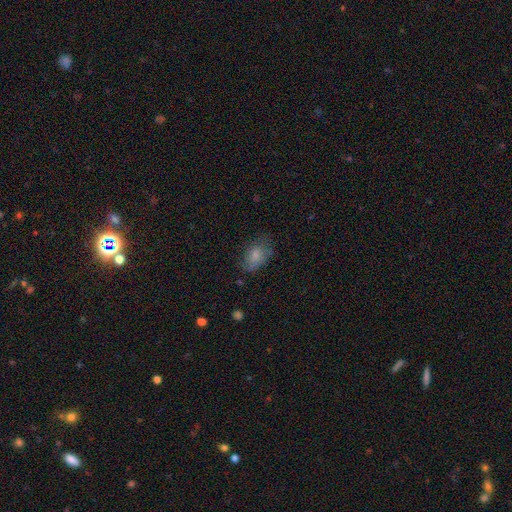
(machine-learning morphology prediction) Smooth or featured?
  - smooth: 77% *
  - featured or disk: 15%
  - star or artifact: 9%
How rounded?
  - in between: 89% *
  - round: 10%
  - cigar-shaped: 2%
Merging?
  - none: 60% *
  - minor disturbance: 27%
  - major disturbance: 11%
  - merger: 2%